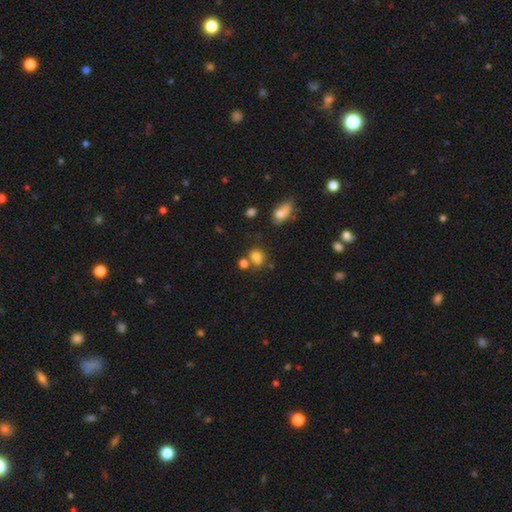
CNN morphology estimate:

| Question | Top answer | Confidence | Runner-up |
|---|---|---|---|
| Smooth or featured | smooth | 78% | star or artifact (14%) |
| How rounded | round | 60% | in between (39%) |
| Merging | none | 53% | merger (25%) |